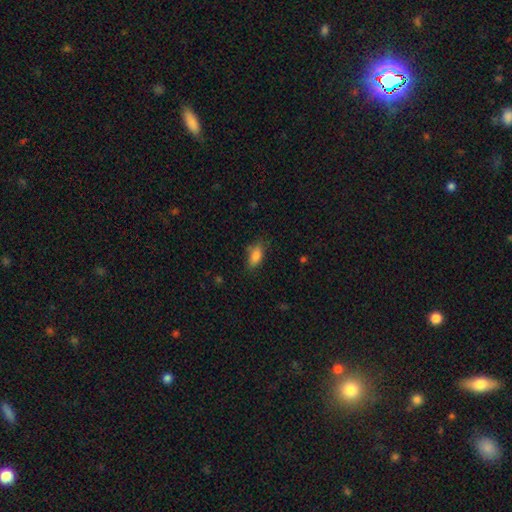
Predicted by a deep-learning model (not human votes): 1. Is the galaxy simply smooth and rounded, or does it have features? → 86% smooth, 8% star or artifact, 5% featured or disk.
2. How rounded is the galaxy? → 88% in between, 8% cigar-shaped, 4% round.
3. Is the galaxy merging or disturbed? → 73% none, 21% minor disturbance, 5% major disturbance, 2% merger.